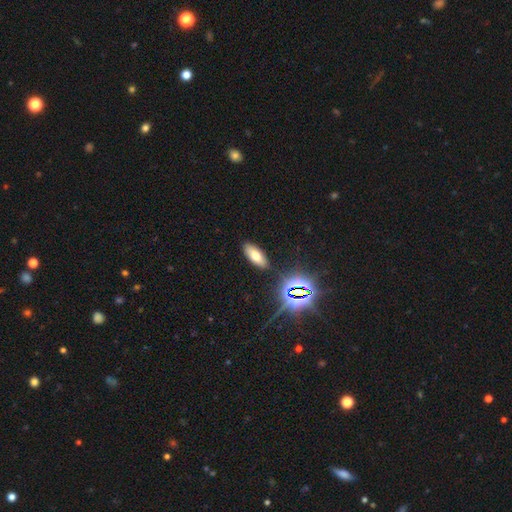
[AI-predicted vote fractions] A smooth galaxy with no disk features (64%) that is in between round and cigar-shaped (82%). Merging: none (88%).